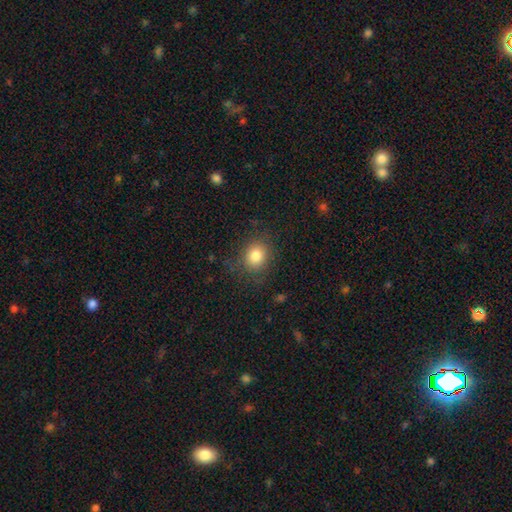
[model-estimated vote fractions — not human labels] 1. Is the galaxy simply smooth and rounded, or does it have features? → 82% smooth, 11% star or artifact, 7% featured or disk.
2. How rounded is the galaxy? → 69% round, 30% in between, 1% cigar-shaped.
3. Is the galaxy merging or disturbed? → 81% none, 13% minor disturbance, 5% major disturbance, 1% merger.